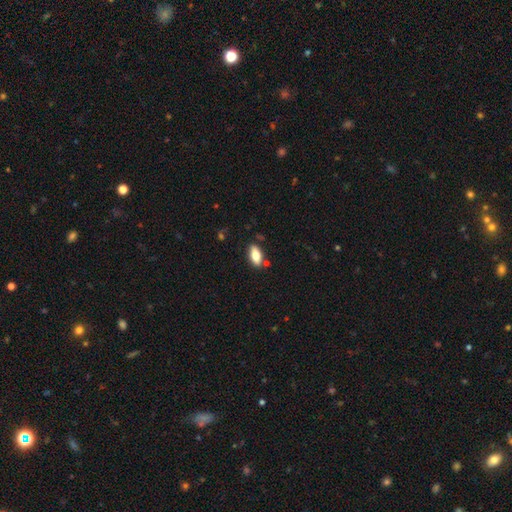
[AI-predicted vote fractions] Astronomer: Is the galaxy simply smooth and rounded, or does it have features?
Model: smooth — 71%.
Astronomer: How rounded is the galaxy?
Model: in between — 85%.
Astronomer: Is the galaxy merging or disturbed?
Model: none — 80%.